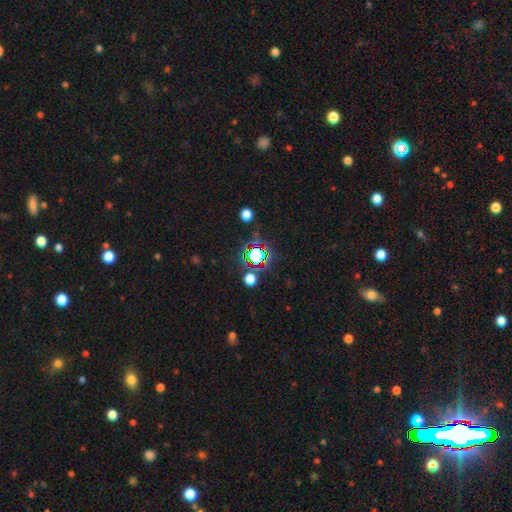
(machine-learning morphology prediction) A star or artifact, not a galaxy (65%).

Vote fractions:
- Smooth or featured? star or artifact: 65% / smooth: 24% / featured or disk: 11%